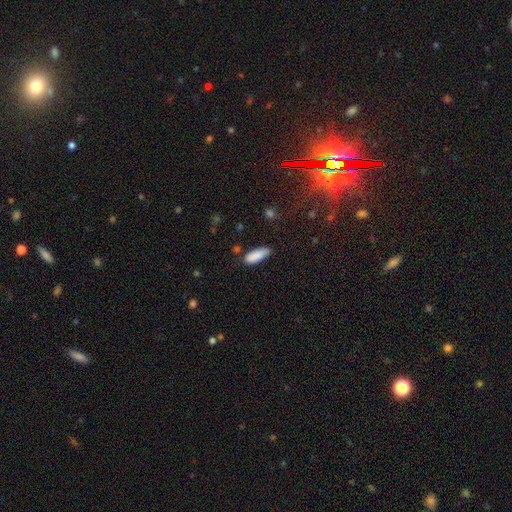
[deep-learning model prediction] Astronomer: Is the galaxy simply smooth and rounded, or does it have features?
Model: smooth — 88%.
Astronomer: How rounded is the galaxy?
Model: in between — 65%.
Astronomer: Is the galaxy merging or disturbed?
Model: none — 76%.